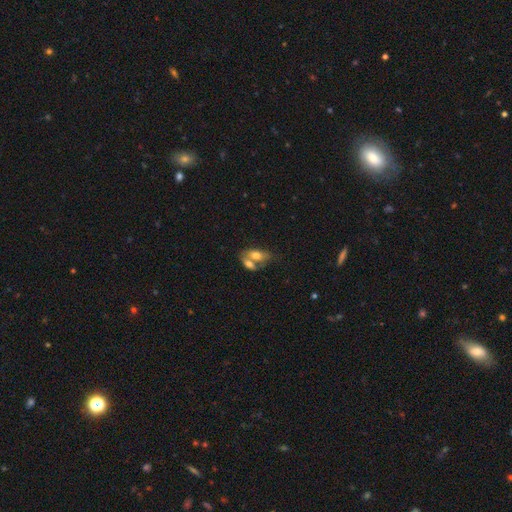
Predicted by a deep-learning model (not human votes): Morphology: type=smooth (68%); roundness=in between (86%); merging=merger (59%).